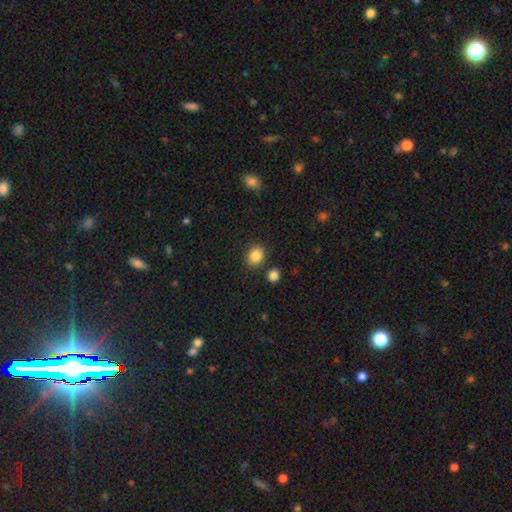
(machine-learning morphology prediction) This is clearly a smooth galaxy (86%). How rounded: possibly round (57%). Merging: clearly none (83%).